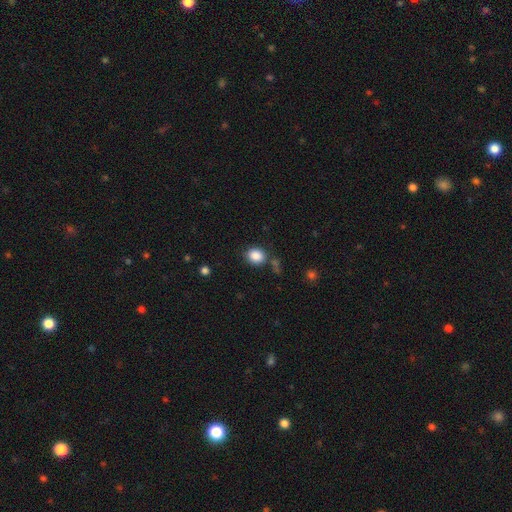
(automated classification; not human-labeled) This appears to be a smooth galaxy with no disk features (87%) that is round (62%). Merging: none (75%).